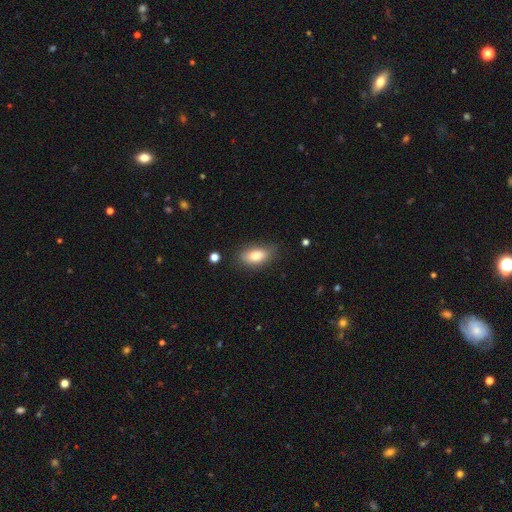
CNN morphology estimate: This is likely a smooth galaxy (79%). How rounded: clearly in between (88%). Merging: likely none (76%).